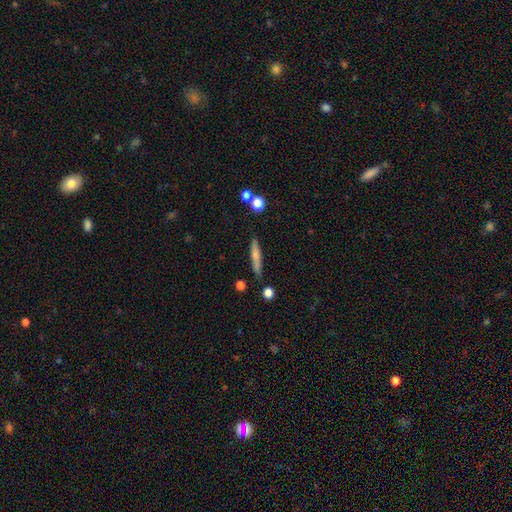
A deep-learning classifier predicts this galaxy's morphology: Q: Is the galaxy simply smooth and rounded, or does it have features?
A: smooth — 66%.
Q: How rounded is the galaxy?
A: cigar-shaped — 90%.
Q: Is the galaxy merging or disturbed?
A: none — 82%.